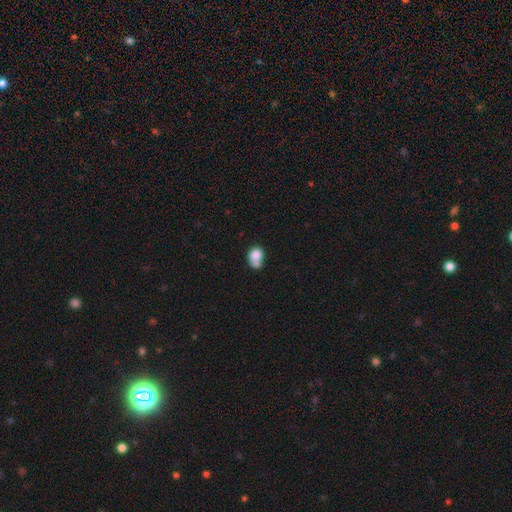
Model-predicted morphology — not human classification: smooth_or_featured: smooth (p=0.76) [alt: featured or disk p=0.14]
how_rounded: round (p=0.51) [alt: in between p=0.48]
merging: merger (p=0.46) [alt: none p=0.27]